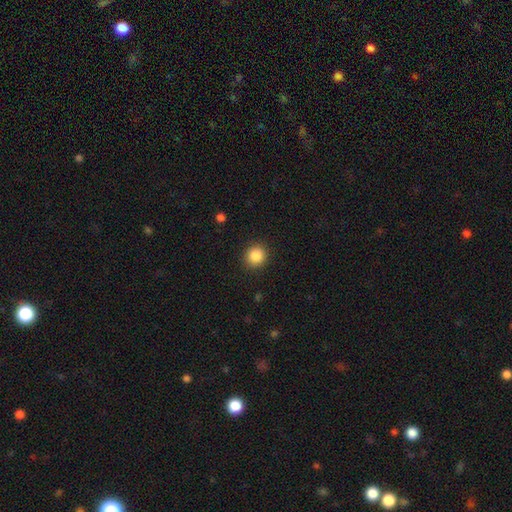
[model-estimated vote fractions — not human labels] Smooth or featured?
  - smooth: 86% *
  - star or artifact: 10%
  - featured or disk: 4%
How rounded?
  - round: 88% *
  - in between: 11%
  - cigar-shaped: 1%
Merging?
  - none: 90% *
  - minor disturbance: 6%
  - major disturbance: 2%
  - merger: 1%